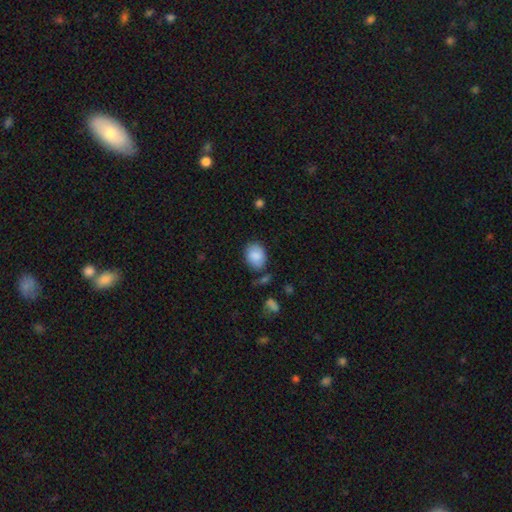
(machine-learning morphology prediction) Smooth or featured? smooth (87%)
How rounded? in between (62%)
Merging? none (74%)